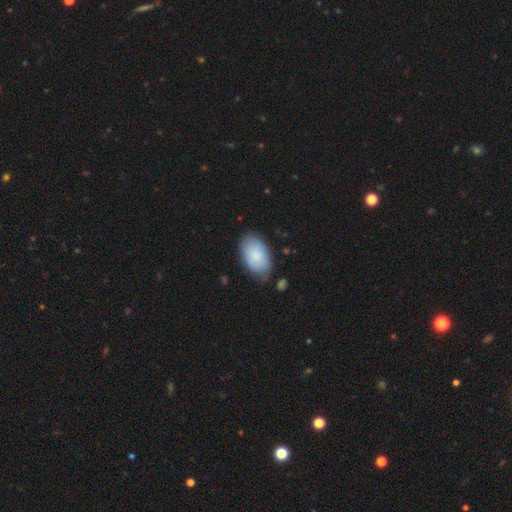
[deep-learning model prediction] Smooth or featured? smooth (82%)
How rounded? in between (94%)
Merging? none (71%)